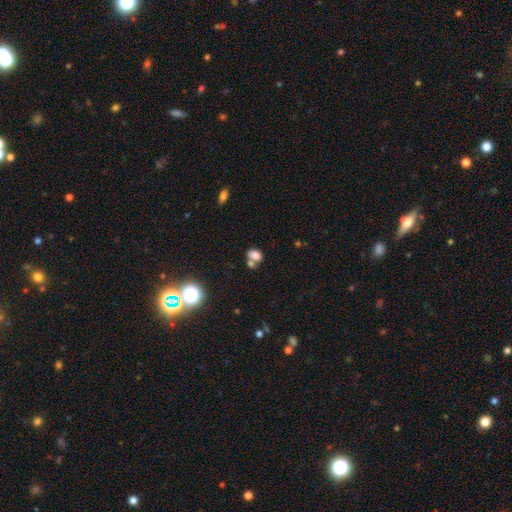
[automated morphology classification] Q: Smooth or featured?
A: smooth (76%); runner-up: star or artifact (13%)
Q: How rounded?
A: in between (69%); runner-up: round (30%)
Q: Merging?
A: merger (45%); runner-up: none (38%)